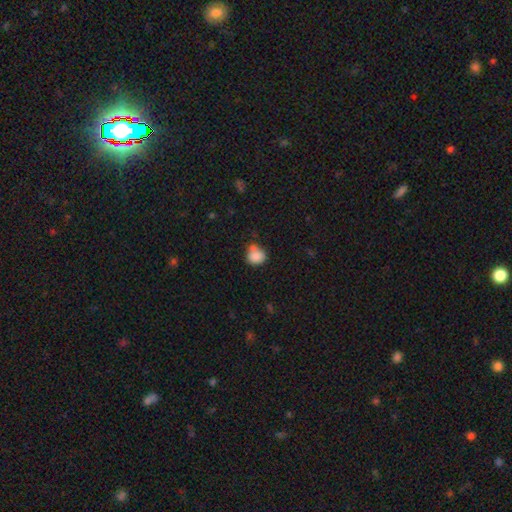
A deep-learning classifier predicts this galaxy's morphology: smooth-or-featured: smooth: 83% | star or artifact: 10% | featured or disk: 8%
  how-rounded: round: 68% | in between: 31% | cigar-shaped: 1%
  merging: none: 48% | minor disturbance: 29% | merger: 15% | major disturbance: 8%